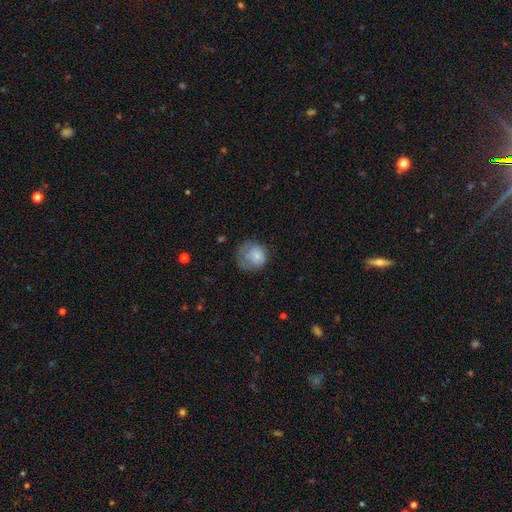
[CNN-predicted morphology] This is likely a smooth galaxy (74%). How rounded: likely round (77%). Merging: possibly none (45%).